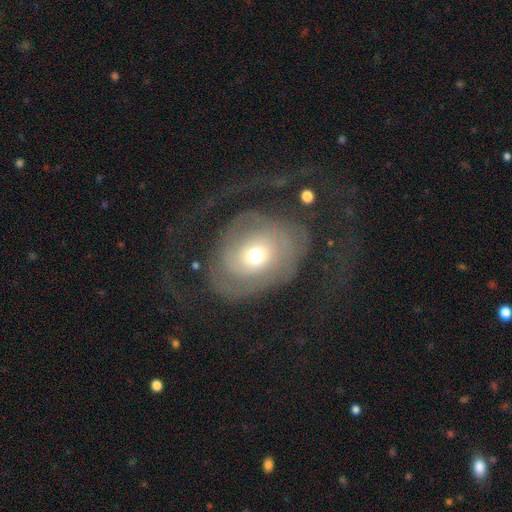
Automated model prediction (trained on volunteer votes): Smooth or featured: featured or disk — 67% (smooth — 25%)
Edge-on disk: no — 96% (yes — 4%)
Bar: no — 80% (weak — 15%)
Spiral arms: yes — 77% (no — 23%)
Bulge size: moderate — 59% (small — 31%)
Merging: none — 42% (major disturbance — 40%)